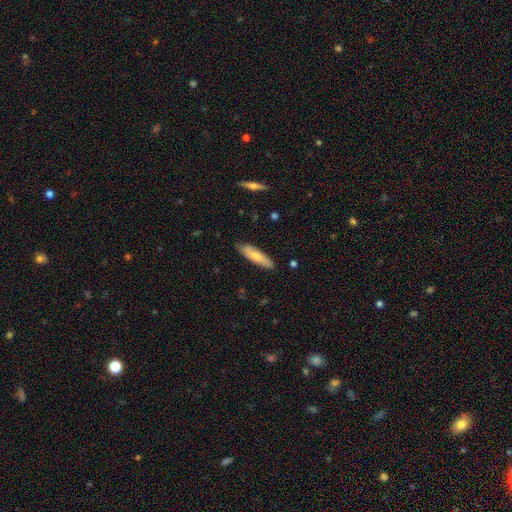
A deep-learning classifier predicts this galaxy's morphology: Overall: smooth (70%). How rounded: cigar-shaped (65%; in between 33%). Merging: none (84%).